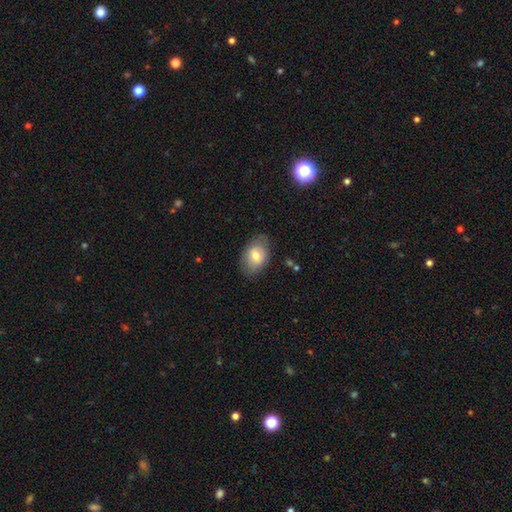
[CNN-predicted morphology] smooth-or-featured: smooth: 69% | featured or disk: 24% | star or artifact: 7%
  how-rounded: in between: 84% | round: 15% | cigar-shaped: 1%
  merging: none: 77% | minor disturbance: 17% | major disturbance: 5% | merger: 1%